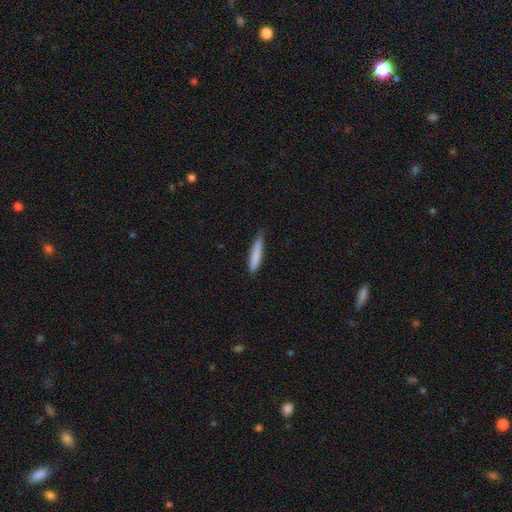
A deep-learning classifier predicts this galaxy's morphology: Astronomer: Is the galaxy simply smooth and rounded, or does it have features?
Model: smooth — 82%.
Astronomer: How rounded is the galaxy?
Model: cigar-shaped — 89%.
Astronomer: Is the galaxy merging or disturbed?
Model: none — 69%.